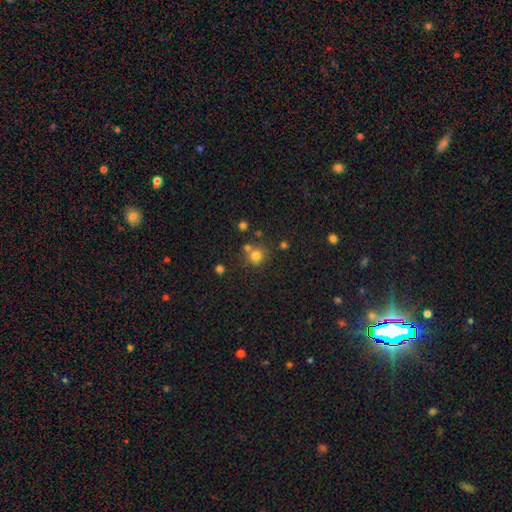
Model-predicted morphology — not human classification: smooth_or_featured: smooth (p=0.75) [alt: star or artifact p=0.16]
how_rounded: round (p=0.87) [alt: in between p=0.12]
merging: none (p=0.63) [alt: merger p=0.22]